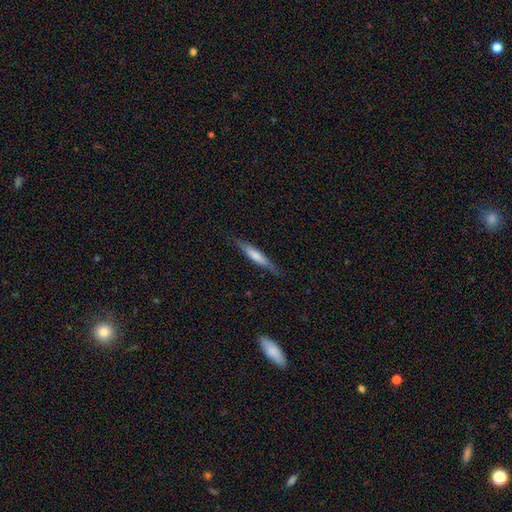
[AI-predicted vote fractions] Q: Smooth or featured?
A: smooth (59%); runner-up: featured or disk (35%)
Q: How rounded?
A: cigar-shaped (91%); runner-up: in between (8%)
Q: Merging?
A: none (84%); runner-up: minor disturbance (13%)